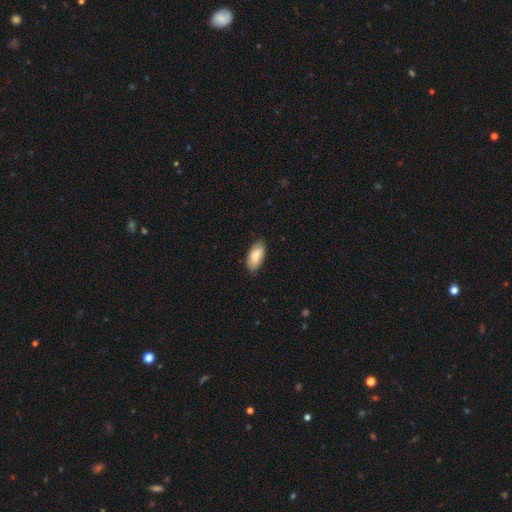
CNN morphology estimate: Smooth or featured?
  - smooth: 84% *
  - featured or disk: 10%
  - star or artifact: 6%
How rounded?
  - in between: 91% *
  - cigar-shaped: 7%
  - round: 2%
Merging?
  - none: 82% *
  - minor disturbance: 14%
  - major disturbance: 2%
  - merger: 1%